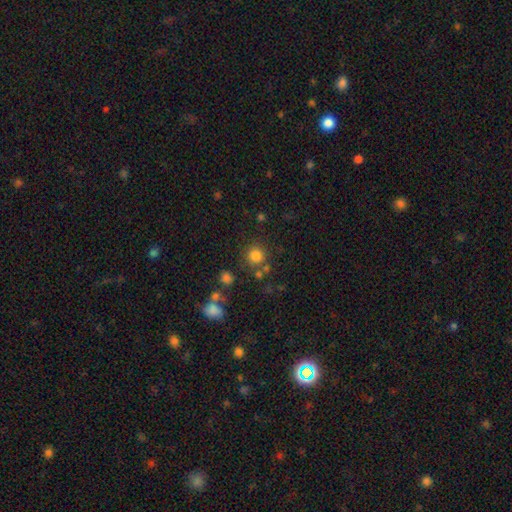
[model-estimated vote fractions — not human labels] Morphology: type=smooth (79%); roundness=round (92%); merging=none (76%).